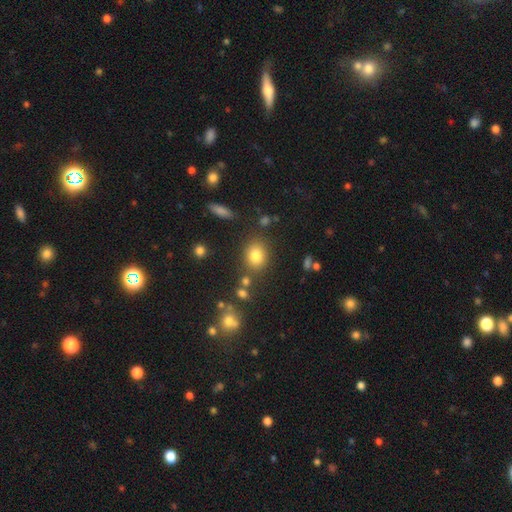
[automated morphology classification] type=smooth (80%); roundness=round (53%); merging=none (78%).